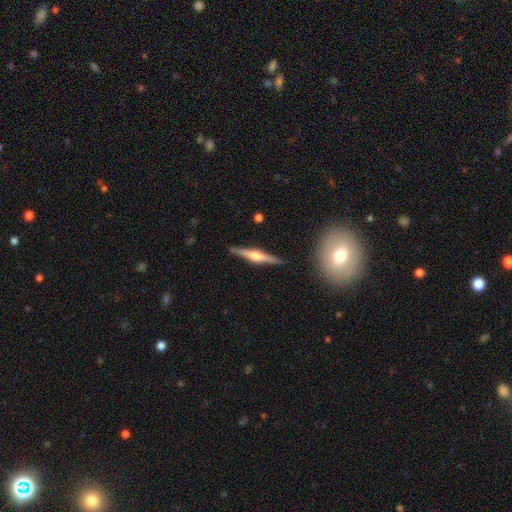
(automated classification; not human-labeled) Smooth or featured: featured or disk — 74% (smooth — 20%)
Edge-on disk: yes — 98% (no — 2%)
Edge-on bulge: rounded — 88% (boxy — 9%)
Merging: none — 90% (minor disturbance — 7%)